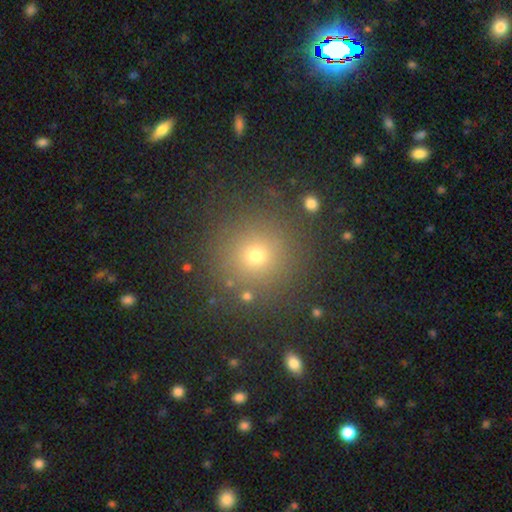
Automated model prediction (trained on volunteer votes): A smooth galaxy with no disk features (69%) that is round (93%).

Vote fractions:
- Smooth or featured? smooth: 69% / star or artifact: 22% / featured or disk: 9%
- How rounded? round: 93% / in between: 6% / cigar-shaped: 1%
- Merging? none: 85% / minor disturbance: 8% / major disturbance: 4% / merger: 3%